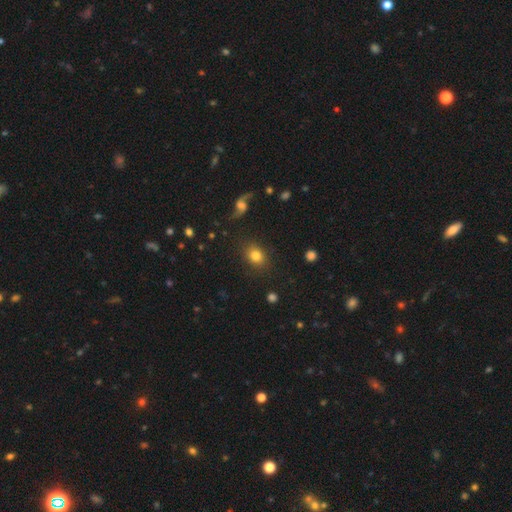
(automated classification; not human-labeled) This is clearly a smooth galaxy (80%). How rounded: possibly round (51%). Merging: clearly none (84%).